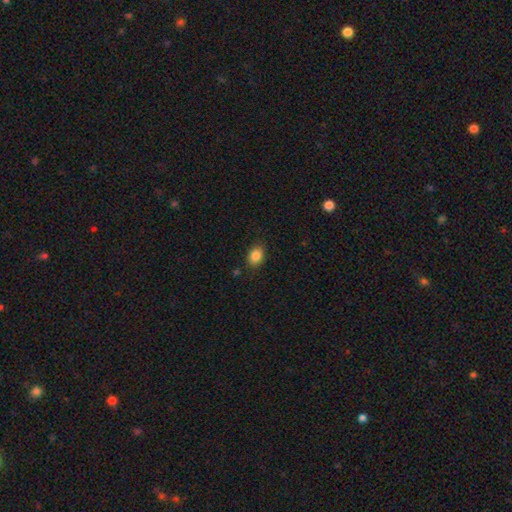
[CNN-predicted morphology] type=smooth (86%); roundness=in between (68%); merging=none (84%).